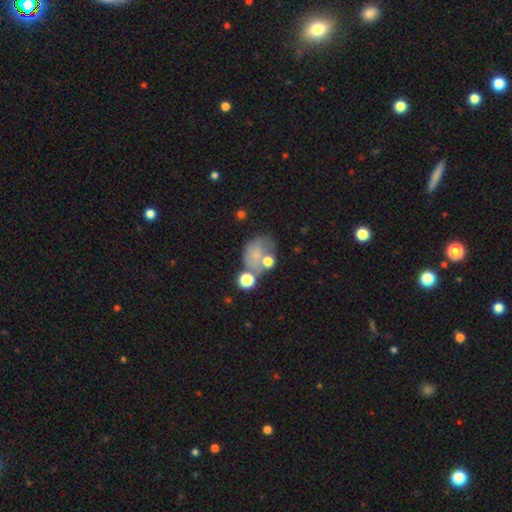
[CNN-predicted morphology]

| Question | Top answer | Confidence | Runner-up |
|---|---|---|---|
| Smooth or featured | smooth | 55% | featured or disk (30%) |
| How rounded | in between | 50% | round (49%) |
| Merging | none | 34% | merger (25%) |